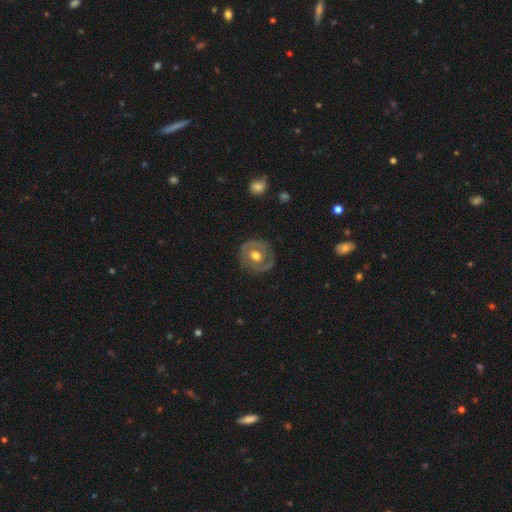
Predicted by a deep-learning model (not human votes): The model was most divided on "spiral arms": no: 56%, yes: 44%. More confident: edge-on disk — no (96%); merging — none (81%); bulge size — moderate (75%); bar — no (66%); smooth or featured — featured or disk (61%).